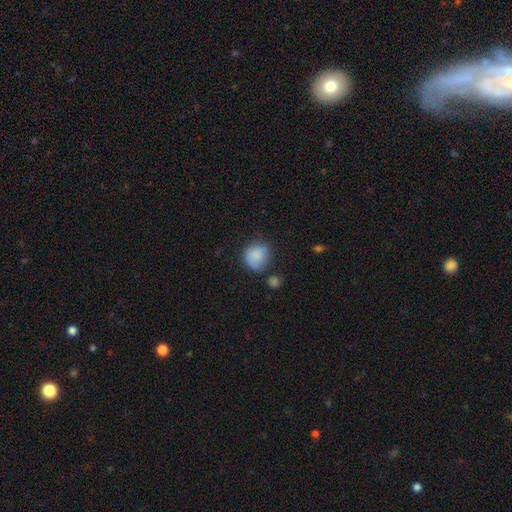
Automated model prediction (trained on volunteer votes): Smooth or featured? Predicted: smooth (p=0.85). How rounded? Predicted: round (p=0.79). Merging? Predicted: none (p=0.61).